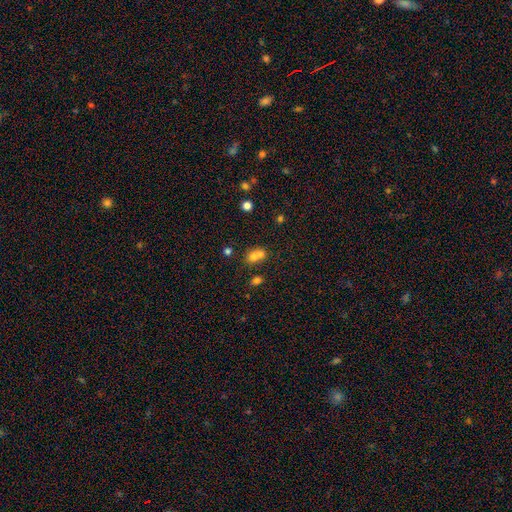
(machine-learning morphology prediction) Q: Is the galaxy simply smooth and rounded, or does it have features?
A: smooth — 68%.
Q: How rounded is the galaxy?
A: round — 54%.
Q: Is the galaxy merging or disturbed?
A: merger — 62%.